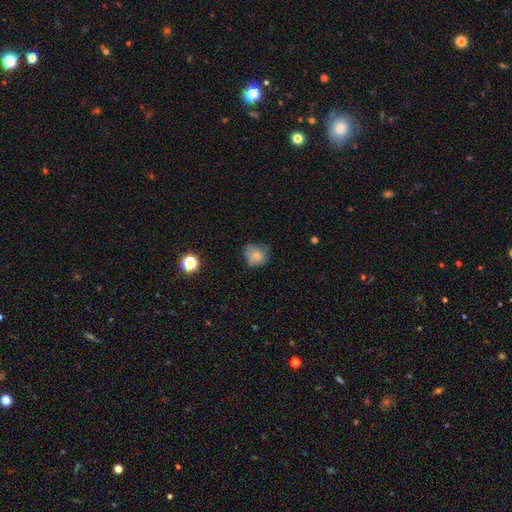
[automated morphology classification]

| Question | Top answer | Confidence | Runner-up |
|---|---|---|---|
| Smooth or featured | smooth | 73% | featured or disk (16%) |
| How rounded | round | 73% | in between (26%) |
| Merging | none | 52% | minor disturbance (33%) |